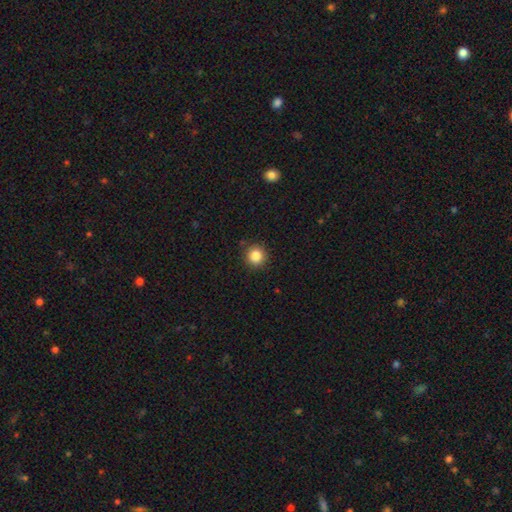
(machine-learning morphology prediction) smooth_or_featured: smooth (p=0.85) [alt: star or artifact p=0.11]
how_rounded: round (p=0.94) [alt: in between p=0.05]
merging: none (p=0.89) [alt: minor disturbance p=0.07]